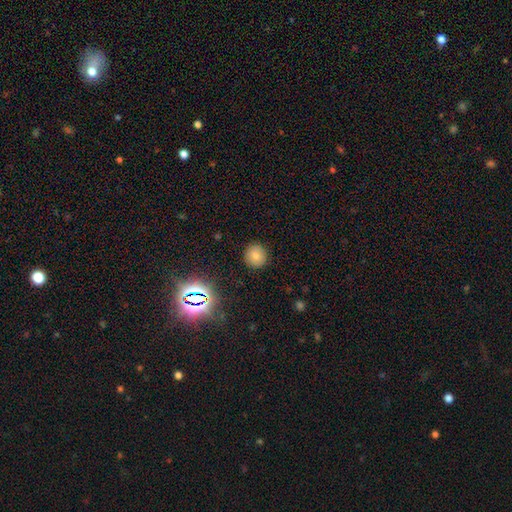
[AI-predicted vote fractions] smooth 78%, star or artifact 15%, featured or disk 7%. Down the decision tree: how rounded — round (90%); merging — none (90%).